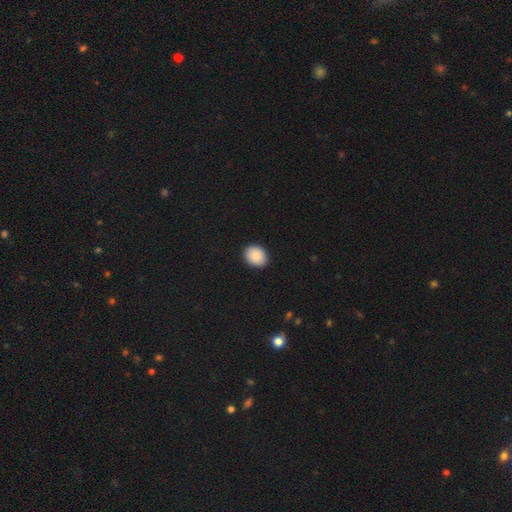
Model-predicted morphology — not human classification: Smooth or featured? Predicted: smooth (p=0.89). How rounded? Predicted: in between (p=0.55). Merging? Predicted: none (p=0.90).